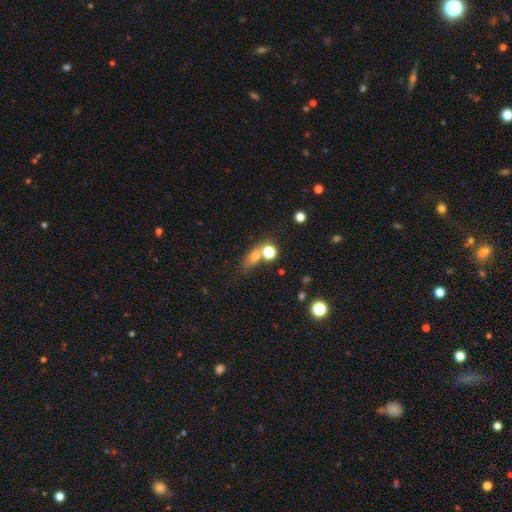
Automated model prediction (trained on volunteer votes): A smooth galaxy with no disk features (66%) that is in between round and cigar-shaped (51%).

Vote fractions:
- Smooth or featured? smooth: 66% / star or artifact: 19% / featured or disk: 15%
- How rounded? in between: 51% / round: 37% / cigar-shaped: 12%
- Merging? none: 47% / merger: 32% / minor disturbance: 13% / major disturbance: 8%